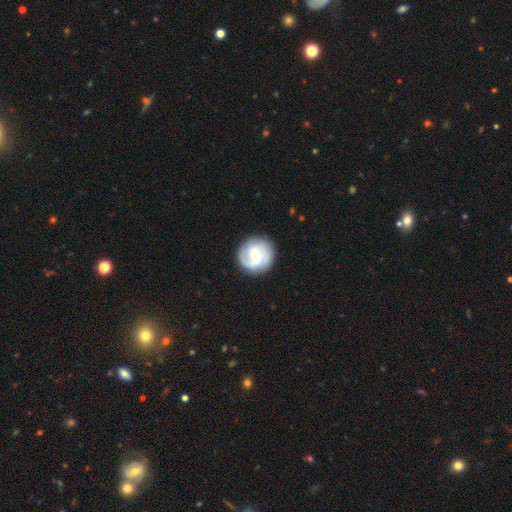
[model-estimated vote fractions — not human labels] Overall: featured or disk (71%). Edge-on disk: no (98%). Bar: weak (54%; no 25%). Spiral arms: yes (90%). Spiral arm count: 2 (65%). Spiral winding: medium (41%; tight 31%). Bulge size: moderate (51%; small 44%). Merging: none (86%).